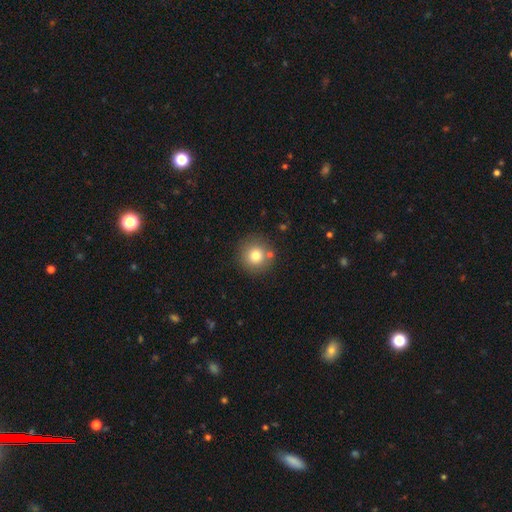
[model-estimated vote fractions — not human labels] smooth 79%, star or artifact 11%, featured or disk 10%. Down the decision tree: how rounded — round (95%); merging — none (82%).